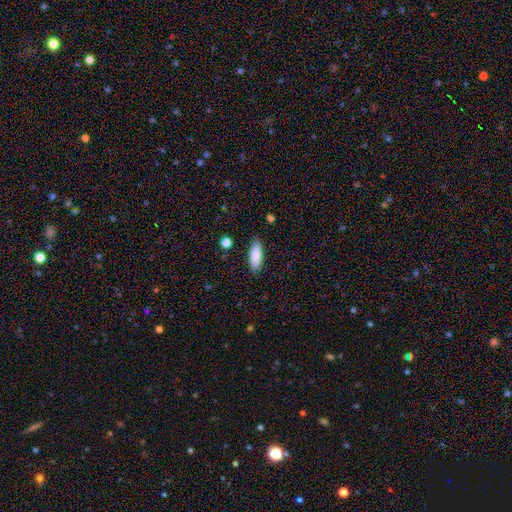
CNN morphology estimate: smooth-or-featured: smooth: 84% | featured or disk: 10% | star or artifact: 6%
  how-rounded: in between: 66% | cigar-shaped: 33% | round: 2%
  merging: none: 87% | minor disturbance: 10% | major disturbance: 2% | merger: 1%